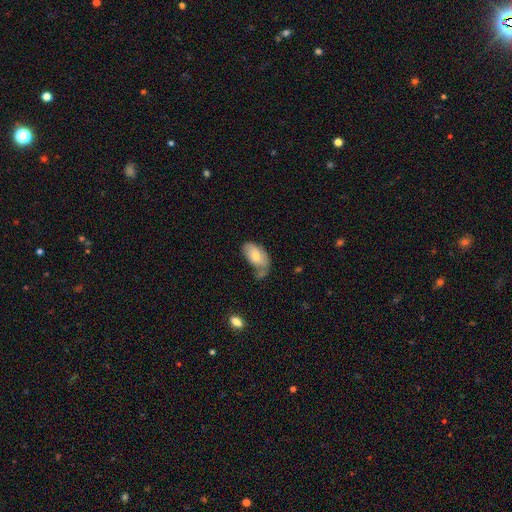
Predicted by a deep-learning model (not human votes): A smooth galaxy with no disk features (72%) that is in between round and cigar-shaped (94%). Merging: none (37%).